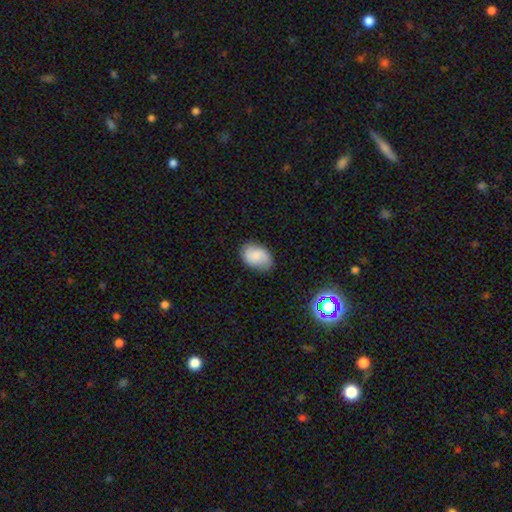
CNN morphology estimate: Smooth or featured? smooth (78%)
How rounded? in between (86%)
Merging? none (74%)